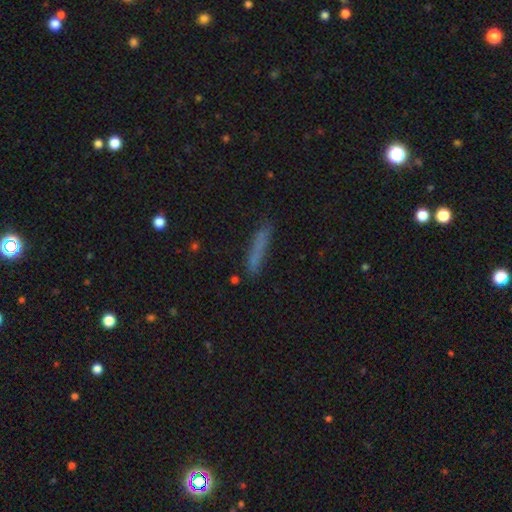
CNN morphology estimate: Smooth or featured? Predicted: smooth (p=0.73). How rounded? Predicted: cigar-shaped (p=0.93). Merging? Predicted: none (p=0.83).